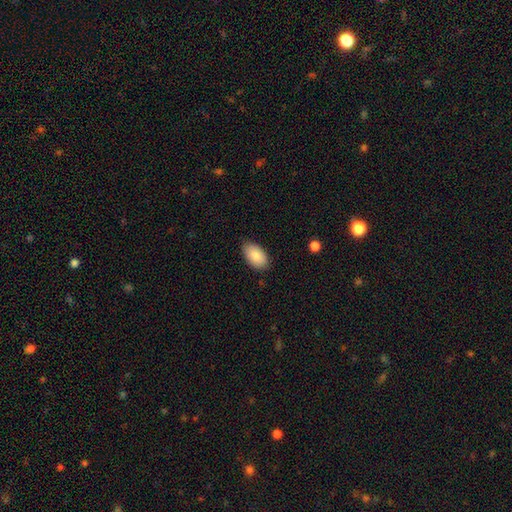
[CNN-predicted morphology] Q: Smooth or featured?
A: smooth (86%); runner-up: featured or disk (8%)
Q: How rounded?
A: in between (94%); runner-up: round (5%)
Q: Merging?
A: none (82%); runner-up: minor disturbance (14%)